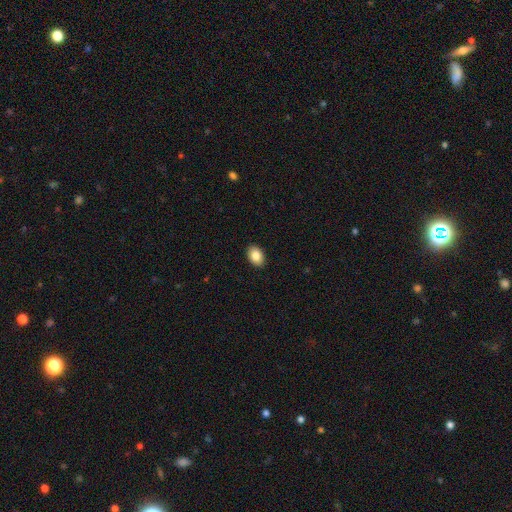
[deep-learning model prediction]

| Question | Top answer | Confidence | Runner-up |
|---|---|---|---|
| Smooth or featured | smooth | 85% | star or artifact (8%) |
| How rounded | in between | 86% | round (13%) |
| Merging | none | 90% | minor disturbance (7%) |